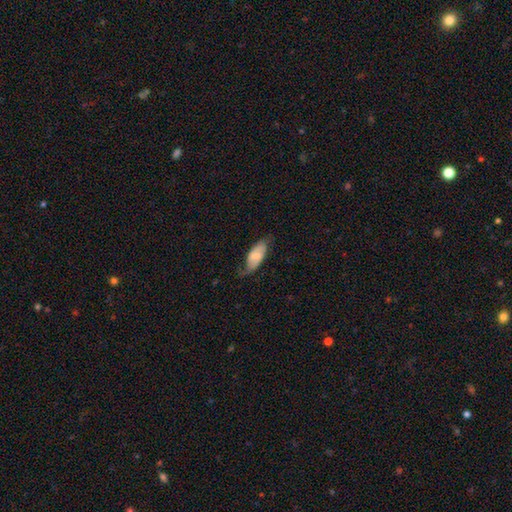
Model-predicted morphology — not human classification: type=smooth (59%); roundness=in between (88%); merging=none (53%).